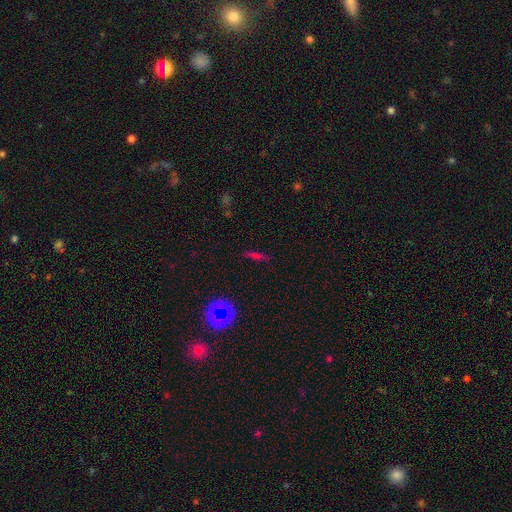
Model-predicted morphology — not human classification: A smooth galaxy with no disk features (52%) that is cigar-shaped (79%). Merging: none (84%).